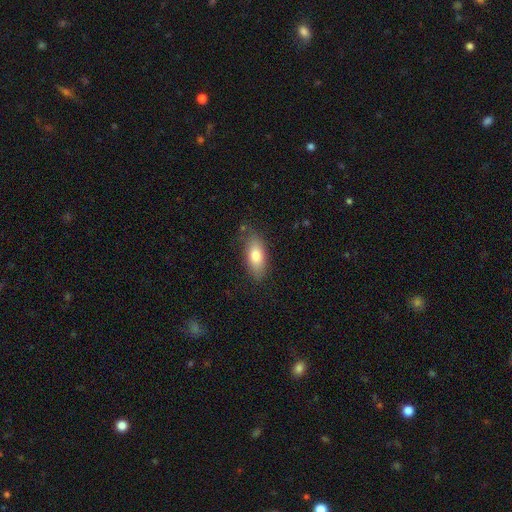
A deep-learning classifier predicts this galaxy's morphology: This is likely a smooth galaxy (78%). How rounded: clearly in between (83%). Merging: likely none (78%).